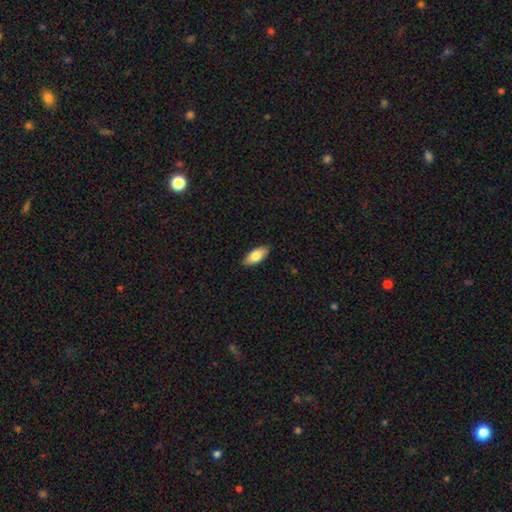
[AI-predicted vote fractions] Smooth or featured?
  - smooth: 78% *
  - featured or disk: 16%
  - star or artifact: 6%
How rounded?
  - in between: 87% *
  - cigar-shaped: 11%
  - round: 2%
Merging?
  - none: 88% *
  - minor disturbance: 9%
  - major disturbance: 2%
  - merger: 1%